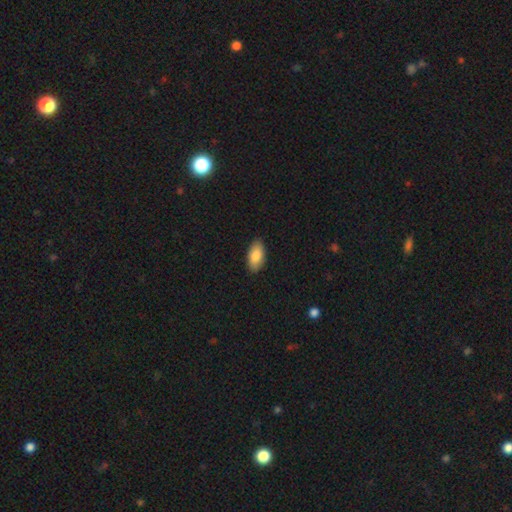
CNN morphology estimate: type=smooth (85%); roundness=in between (93%); merging=none (89%).